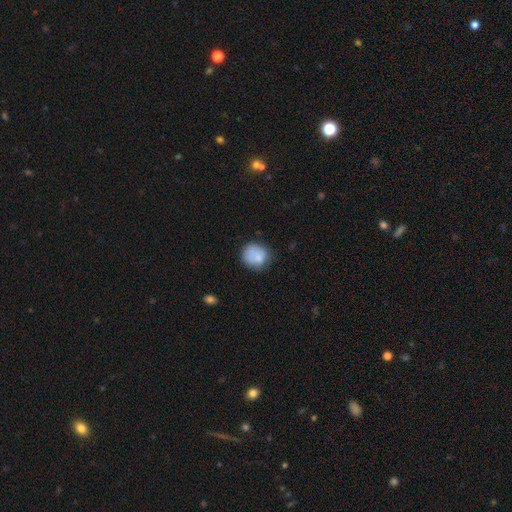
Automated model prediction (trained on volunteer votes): Overall: smooth (77%). How rounded: round (79%). Merging: none (61%; minor disturbance 23%).